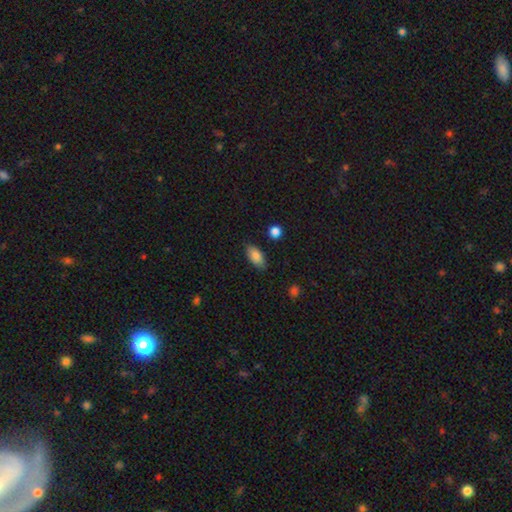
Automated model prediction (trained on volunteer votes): The model was most divided on "merging": none: 84%, minor disturbance: 12%, major disturbance: 3%, merger: 2%. More confident: how rounded — in between (90%); smooth or featured — smooth (84%).